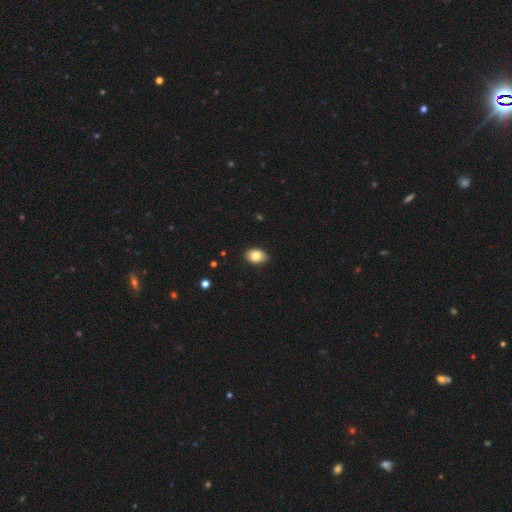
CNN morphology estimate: Smooth or featured? Predicted: smooth (p=0.84). How rounded? Predicted: in between (p=0.82). Merging? Predicted: none (p=0.81).